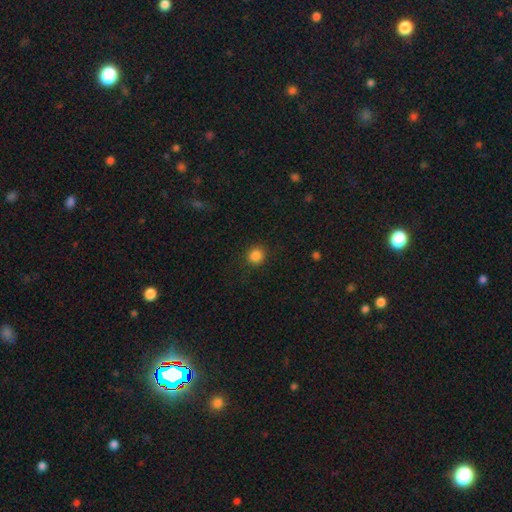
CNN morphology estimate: Smooth or featured?
  - smooth: 86% *
  - star or artifact: 11%
  - featured or disk: 3%
How rounded?
  - round: 92% *
  - in between: 7%
  - cigar-shaped: 1%
Merging?
  - none: 90% *
  - minor disturbance: 7%
  - major disturbance: 3%
  - merger: 1%